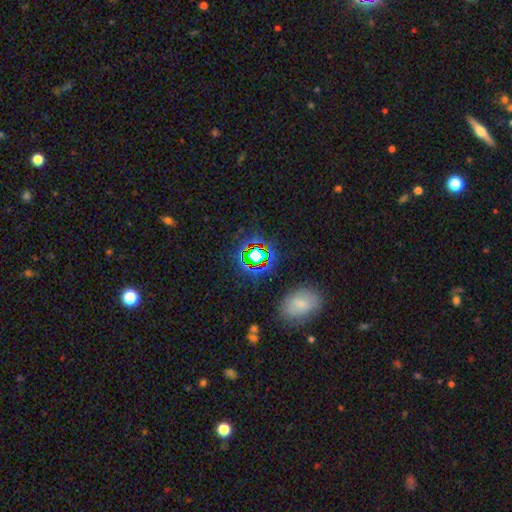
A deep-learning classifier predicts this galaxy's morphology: A star or artifact, not a galaxy (67%).